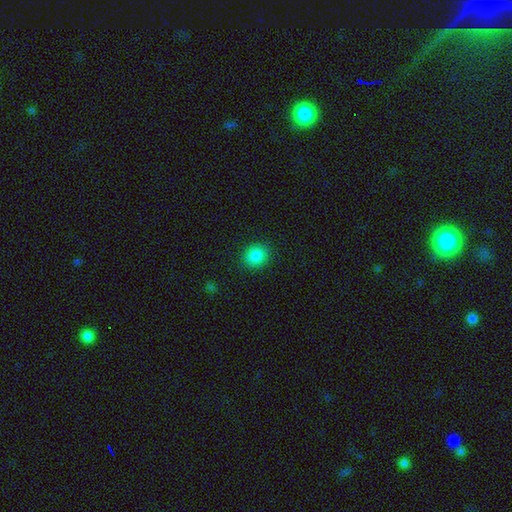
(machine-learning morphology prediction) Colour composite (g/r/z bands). It shows a smooth galaxy with no disk features (85%) that is round (76%). Merging: none (90%).